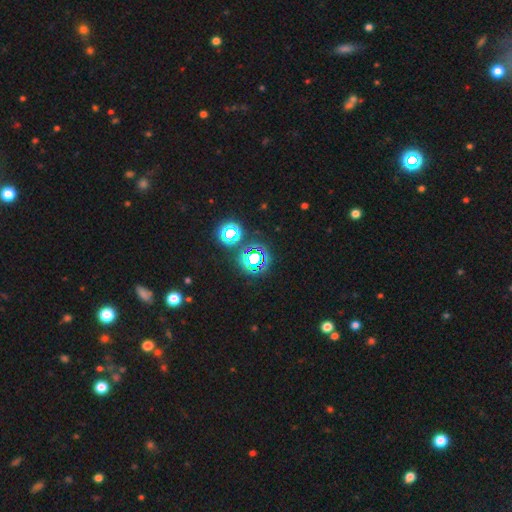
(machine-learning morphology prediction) A star or artifact, not a galaxy (74%).